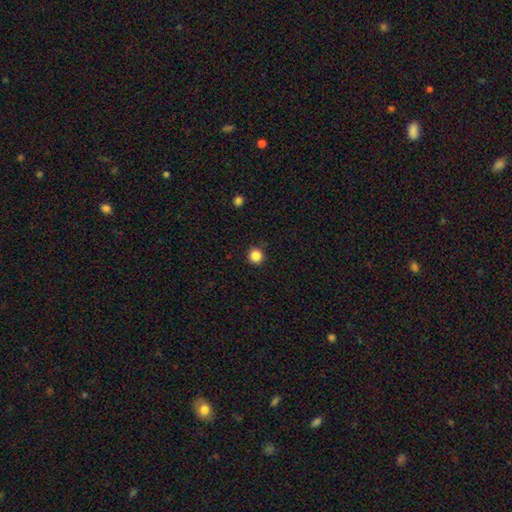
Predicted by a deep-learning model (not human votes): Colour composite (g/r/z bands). It shows a smooth galaxy with no disk features (86%) that is round (95%). Merging: none (91%).